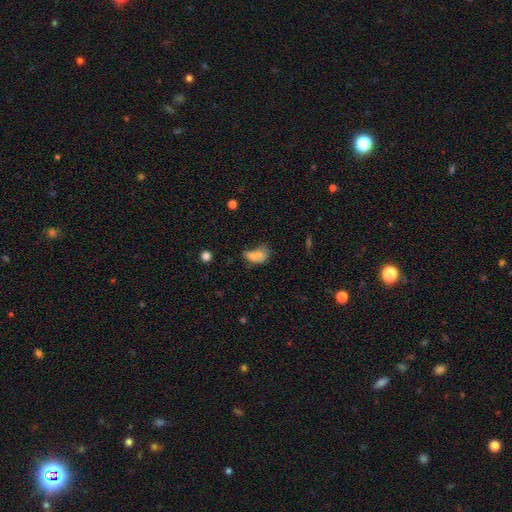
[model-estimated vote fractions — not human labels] A smooth galaxy with no disk features (70%) that is in between round and cigar-shaped (73%). Merging: merger (56%).